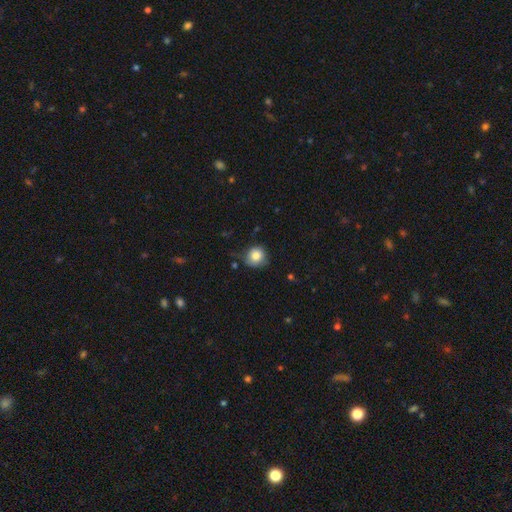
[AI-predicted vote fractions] A smooth galaxy with no disk features (83%) that is round (88%). Merging: none (68%).